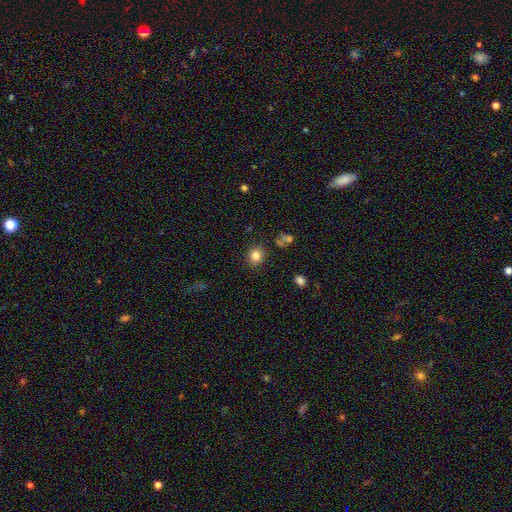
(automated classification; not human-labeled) Smooth or featured: smooth — 82% (star or artifact — 12%)
How rounded: round — 74% (in between — 25%)
Merging: none — 86% (minor disturbance — 9%)